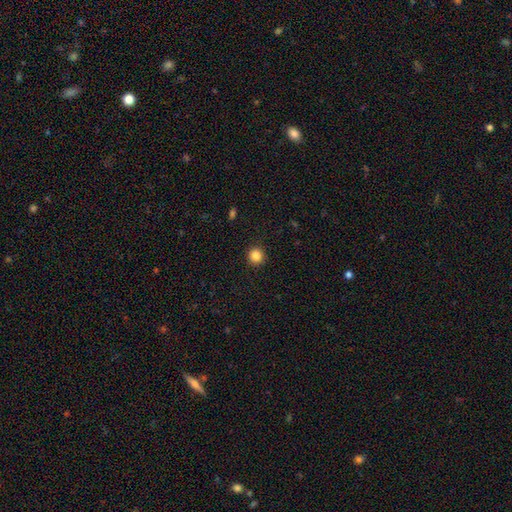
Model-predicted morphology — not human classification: smooth_or_featured: smooth (p=0.86) [alt: star or artifact p=0.11]
how_rounded: round (p=0.94) [alt: in between p=0.05]
merging: none (p=0.92) [alt: minor disturbance p=0.05]